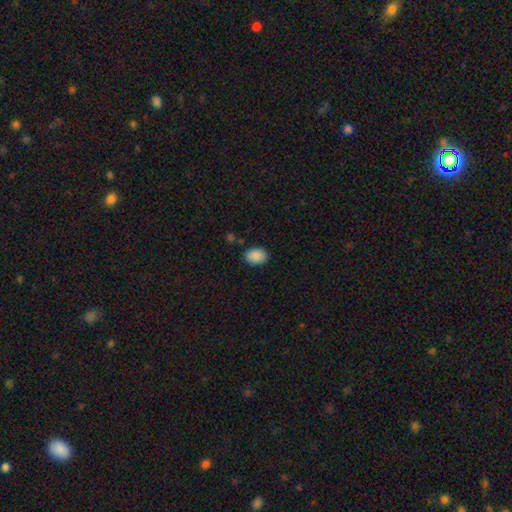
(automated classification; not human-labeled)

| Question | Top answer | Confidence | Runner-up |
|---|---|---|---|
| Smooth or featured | smooth | 90% | star or artifact (7%) |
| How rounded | in between | 77% | round (22%) |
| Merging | none | 84% | minor disturbance (12%) |